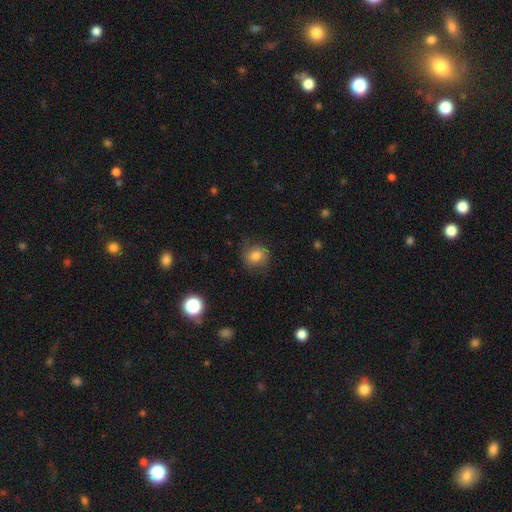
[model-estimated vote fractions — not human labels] smooth_or_featured: smooth (p=0.78) [alt: star or artifact p=0.11]
how_rounded: round (p=0.74) [alt: in between p=0.25]
merging: none (p=0.80) [alt: minor disturbance p=0.15]